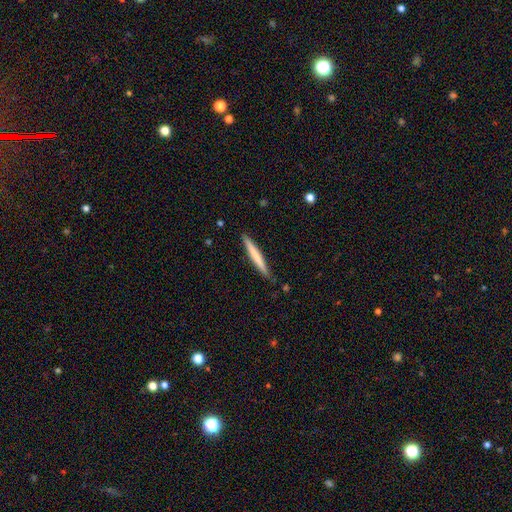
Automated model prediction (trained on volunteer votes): Smooth or featured? smooth (66%)
How rounded? cigar-shaped (97%)
Merging? none (89%)